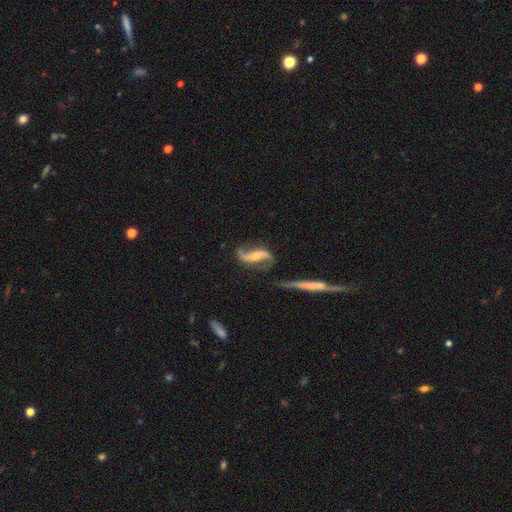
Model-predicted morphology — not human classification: Smooth or featured: featured or disk — 88% (smooth — 7%)
Edge-on disk: no — 94% (yes — 6%)
Bar: weak — 35% (strong — 34%)
Spiral arms: yes — 96% (no — 4%)
Spiral winding: loose — 73% (medium — 21%)
Spiral arm count: 2 — 93% (can't tell — 2%)
Bulge size: moderate — 46% (tied with small — 46%)
Merging: none — 69% (minor disturbance — 17%)